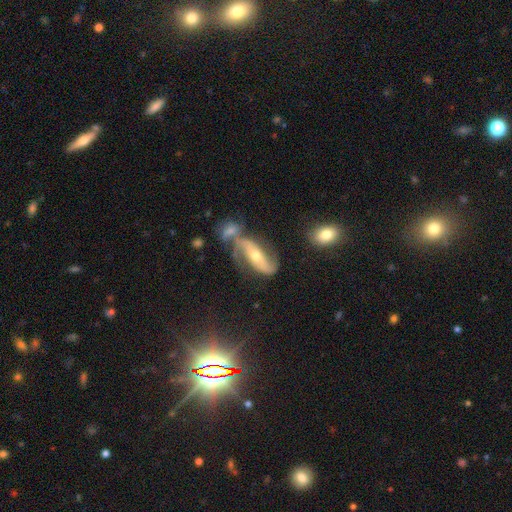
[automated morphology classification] This appears to be a featured or disk galaxy (80%) with a strong bar (39%), 2 (87%) loose (46%) spiral arms (92%) and a moderate central bulge (55%). Merging: none (46%).